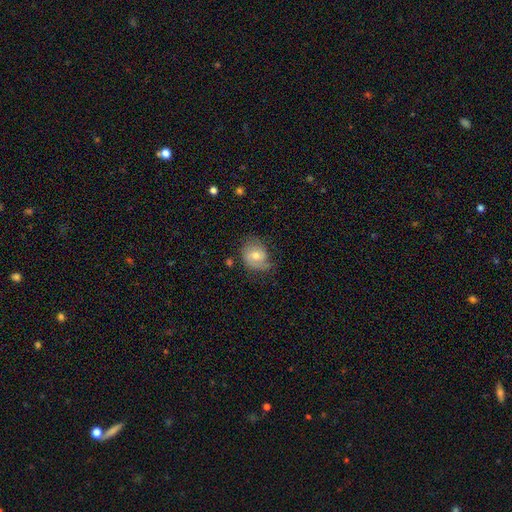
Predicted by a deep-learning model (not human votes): Morphology: type=featured or disk (53%); edge-on=no (97%); bar=no (57%); spiral arms=yes (81%); bulge=moderate (65%); merging=none (53%).